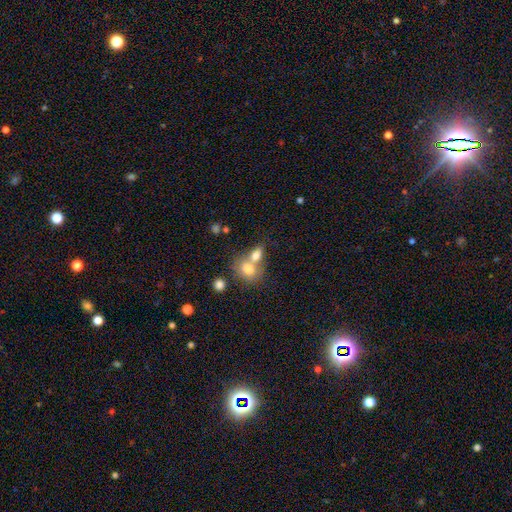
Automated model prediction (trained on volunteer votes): Morphology: type=smooth (76%); roundness=in between (64%); merging=merger (59%).